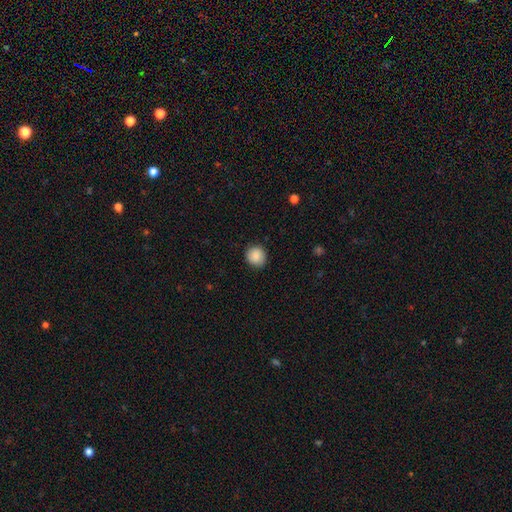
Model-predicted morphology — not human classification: A smooth galaxy with no disk features (87%) that is round (88%). Merging: none (88%).